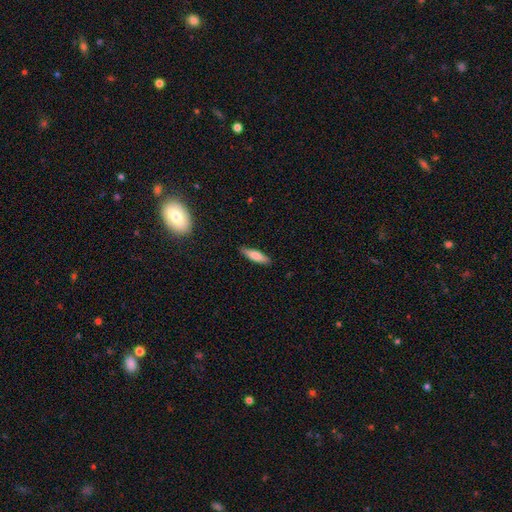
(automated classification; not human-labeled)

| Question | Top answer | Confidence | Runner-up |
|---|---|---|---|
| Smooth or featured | smooth | 74% | featured or disk (20%) |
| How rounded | cigar-shaped | 67% | in between (31%) |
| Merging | none | 86% | minor disturbance (11%) |